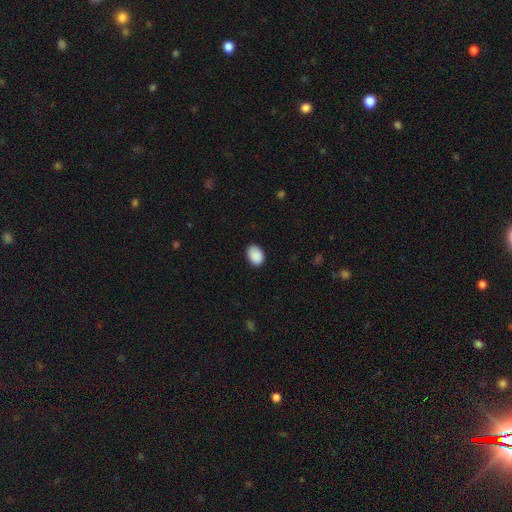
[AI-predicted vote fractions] This appears to be a smooth galaxy with no disk features (91%) that is in between round and cigar-shaped (79%). Merging: none (86%).